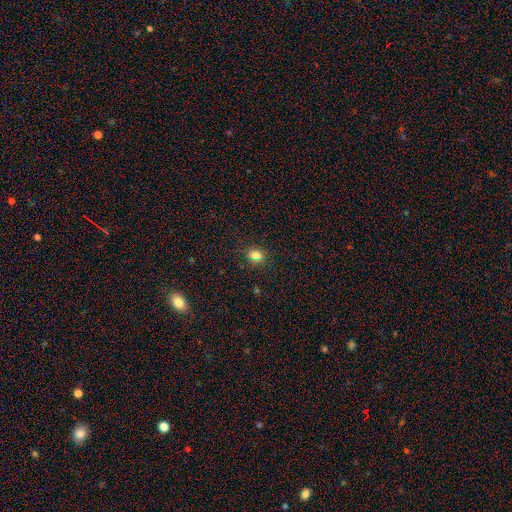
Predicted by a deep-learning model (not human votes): Smooth or featured? Predicted: smooth (p=0.77). How rounded? Predicted: in between (p=0.52). Merging? Predicted: none (p=0.85).